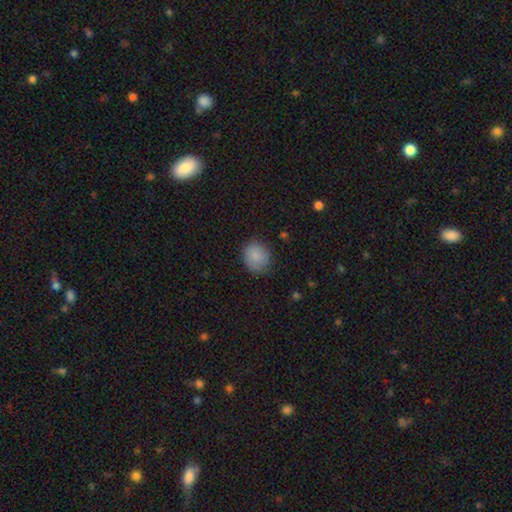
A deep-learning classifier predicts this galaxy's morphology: Smooth or featured?
  - smooth: 86% *
  - star or artifact: 8%
  - featured or disk: 6%
How rounded?
  - round: 75% *
  - in between: 24%
  - cigar-shaped: 1%
Merging?
  - none: 80% *
  - minor disturbance: 16%
  - major disturbance: 4%
  - merger: 1%